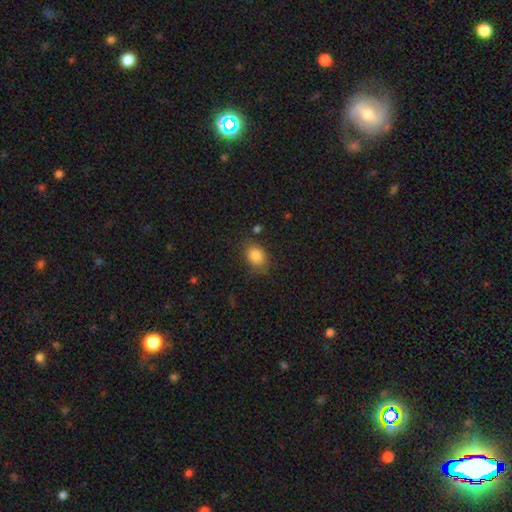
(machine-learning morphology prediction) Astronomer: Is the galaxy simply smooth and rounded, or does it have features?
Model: smooth — 85%.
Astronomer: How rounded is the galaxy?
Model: in between — 64%.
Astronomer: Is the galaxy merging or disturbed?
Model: none — 76%.